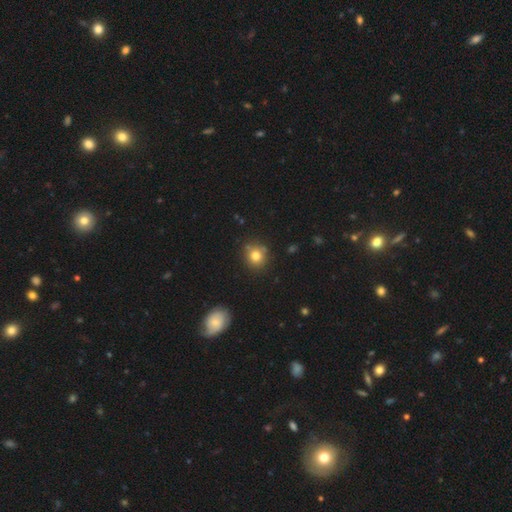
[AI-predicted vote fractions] Smooth or featured: smooth — 80% (star or artifact — 12%)
How rounded: round — 85% (in between — 14%)
Merging: none — 81% (minor disturbance — 12%)